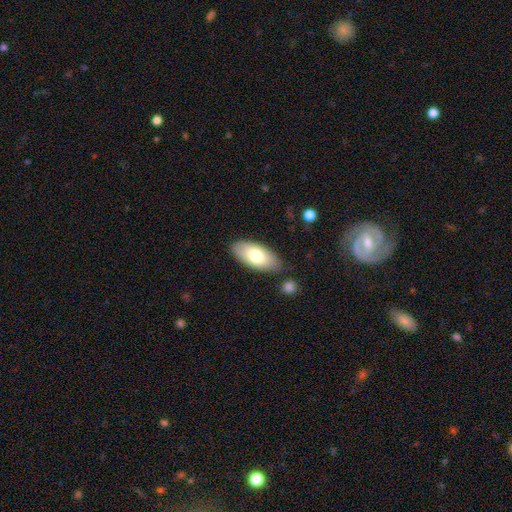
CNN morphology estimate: smooth-or-featured: smooth: 76% | featured or disk: 19% | star or artifact: 6%
  how-rounded: in between: 90% | cigar-shaped: 8% | round: 2%
  merging: none: 82% | minor disturbance: 12% | merger: 3% | major disturbance: 3%